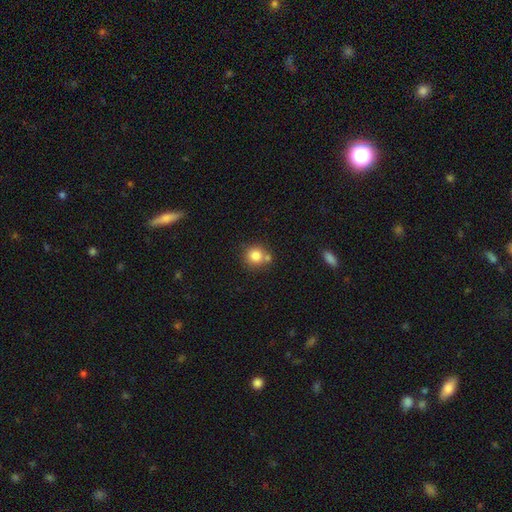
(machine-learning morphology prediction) This appears to be a smooth galaxy with no disk features (82%) that is round (89%). Merging: none (62%).